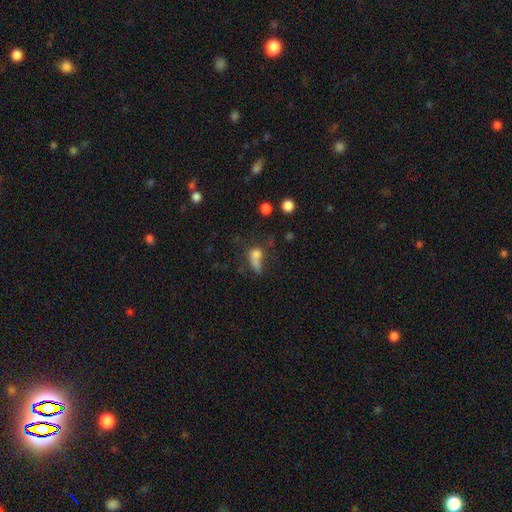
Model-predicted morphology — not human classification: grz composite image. It shows a smooth galaxy with no disk features (61%) that is in between round and cigar-shaped (56%). Merging: major disturbance (33%).